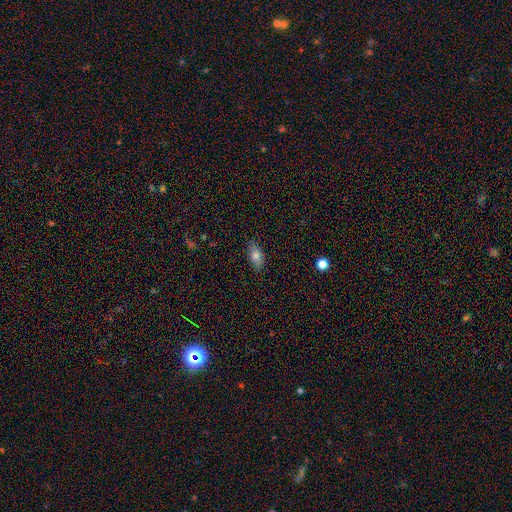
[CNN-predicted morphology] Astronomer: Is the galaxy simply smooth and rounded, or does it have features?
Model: smooth — 75%.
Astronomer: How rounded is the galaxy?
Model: in between — 87%.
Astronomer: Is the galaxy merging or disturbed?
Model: none — 84%.